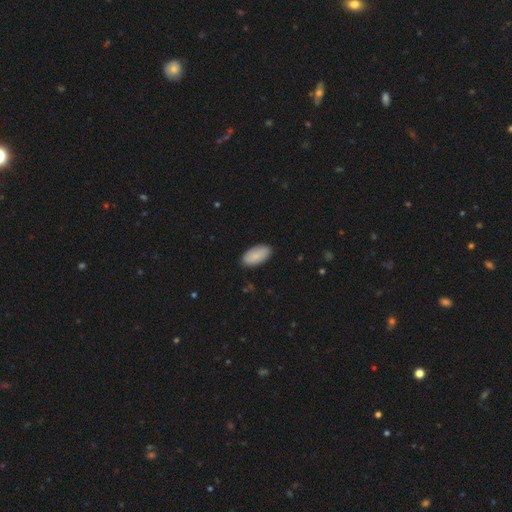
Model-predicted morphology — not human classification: This appears to be a smooth galaxy with no disk features (87%) that is in between round and cigar-shaped (95%). Merging: none (88%).